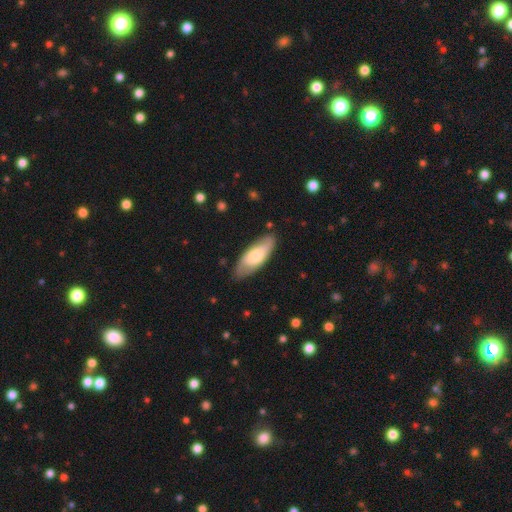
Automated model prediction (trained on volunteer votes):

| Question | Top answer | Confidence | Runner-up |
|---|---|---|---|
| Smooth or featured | smooth | 62% | featured or disk (33%) |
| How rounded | in between | 77% | cigar-shaped (21%) |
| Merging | none | 80% | minor disturbance (16%) |